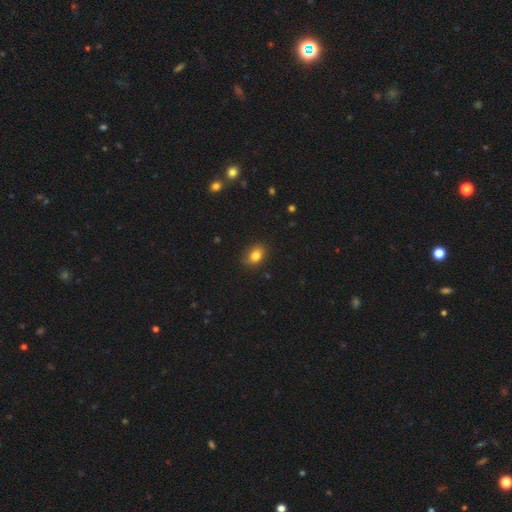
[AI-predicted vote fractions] A smooth galaxy with no disk features (82%) that is in between round and cigar-shaped (67%).

Vote fractions:
- Smooth or featured? smooth: 82% / star or artifact: 10% / featured or disk: 7%
- How rounded? in between: 67% / round: 32% / cigar-shaped: 1%
- Merging? none: 83% / minor disturbance: 14% / major disturbance: 2% / merger: 1%